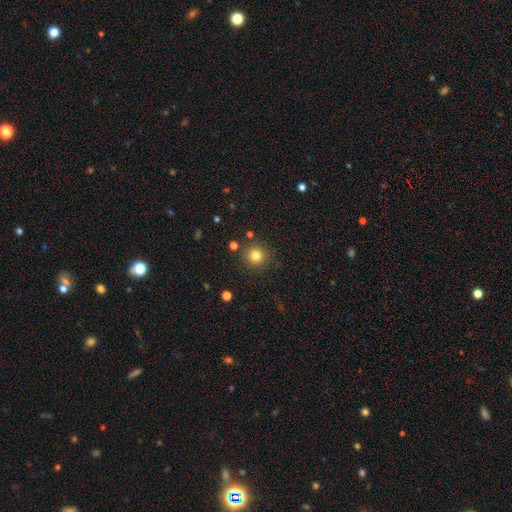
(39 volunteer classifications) This appears to be a smooth galaxy with no disk features (82%) that is round (100%). Merging: none (80%).